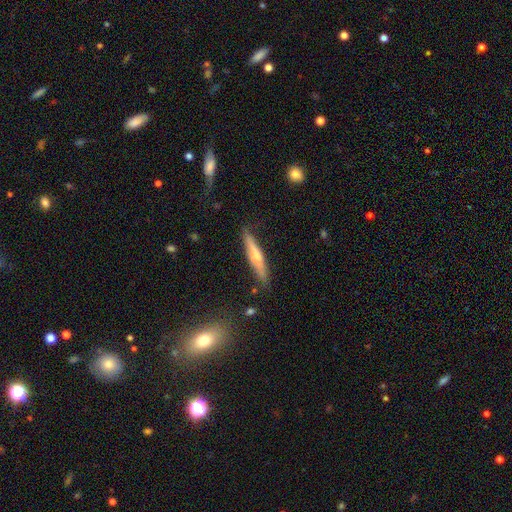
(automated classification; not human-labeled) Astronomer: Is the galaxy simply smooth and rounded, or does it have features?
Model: featured or disk — 51% (runner-up: smooth, 43%).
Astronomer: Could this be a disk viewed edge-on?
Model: yes — 93%.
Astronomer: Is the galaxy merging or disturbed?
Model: none — 82%.